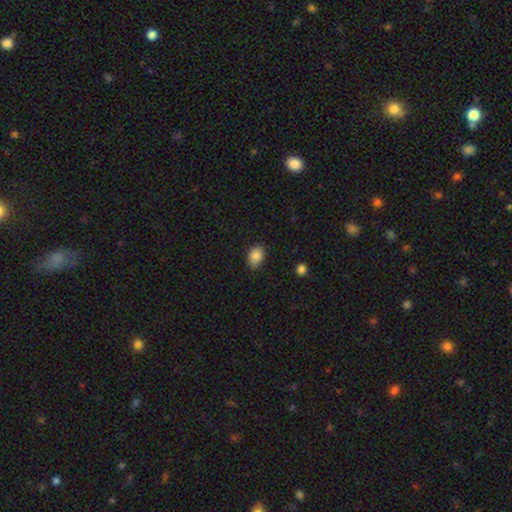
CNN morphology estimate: A smooth galaxy with no disk features (85%) that is in between round and cigar-shaped (66%). Merging: none (75%).